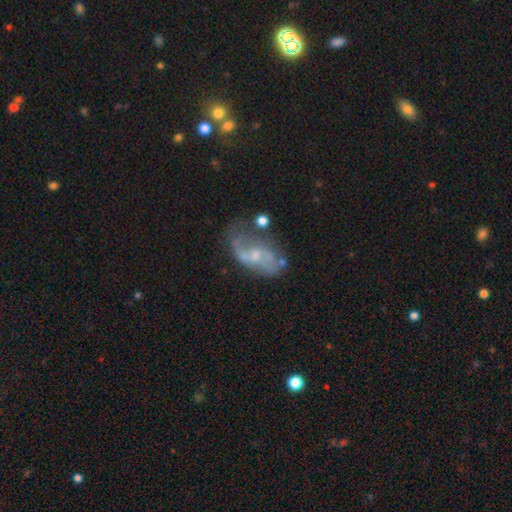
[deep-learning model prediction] Smooth or featured? Predicted: featured or disk (p=0.70). Edge-on disk? Predicted: no (p=0.96). Bar? Predicted: no (p=0.54). Spiral arms? Predicted: yes (p=0.75). Spiral winding? Predicted: loose (p=0.56). Spiral arm count? Predicted: 2 (p=0.70). Bulge size? Predicted: small (p=0.50). Merging? Predicted: none (p=0.45).